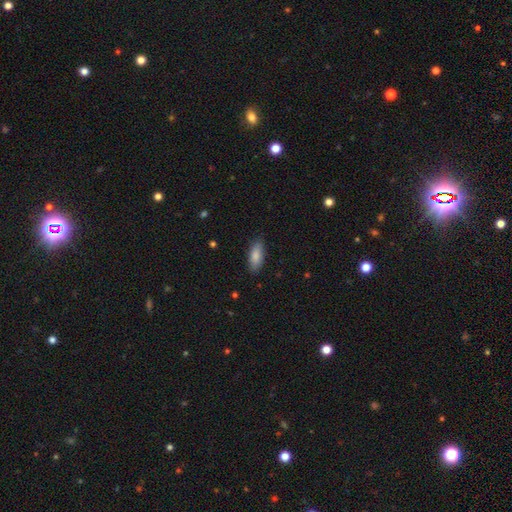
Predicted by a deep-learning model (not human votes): Morphology: type=smooth (84%); roundness=in between (75%); merging=none (85%).